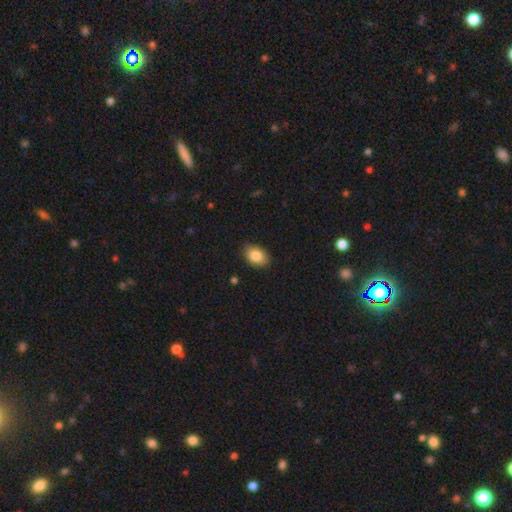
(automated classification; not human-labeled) The model was most divided on "how rounded": in between: 83%, round: 16%, cigar-shaped: 1%. More confident: smooth or featured — smooth (86%); merging — none (84%).